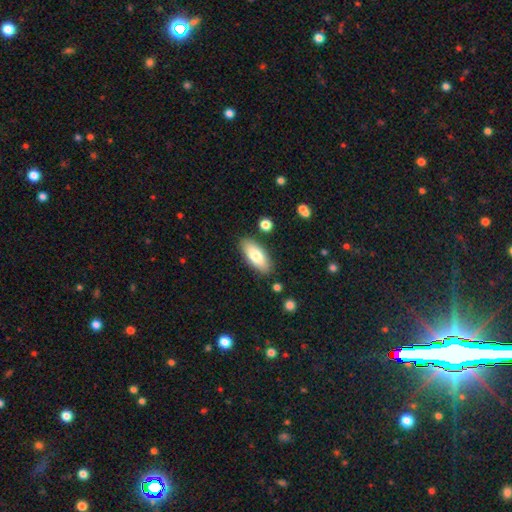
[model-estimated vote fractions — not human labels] Smooth or featured? Predicted: smooth (p=0.76). How rounded? Predicted: in between (p=0.80). Merging? Predicted: none (p=0.86).